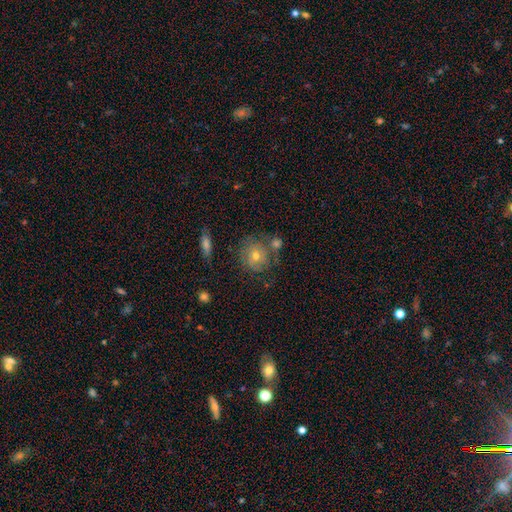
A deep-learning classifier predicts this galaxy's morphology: This appears to be a smooth galaxy with no disk features (57%) that is round (84%). Merging: none (64%).